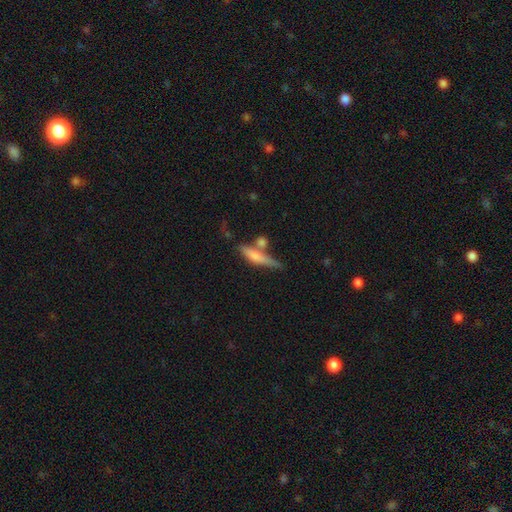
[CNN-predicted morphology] Overall: smooth (57%; featured or disk 36%). How rounded: cigar-shaped (78%). Merging: none (53%; merger 23%).